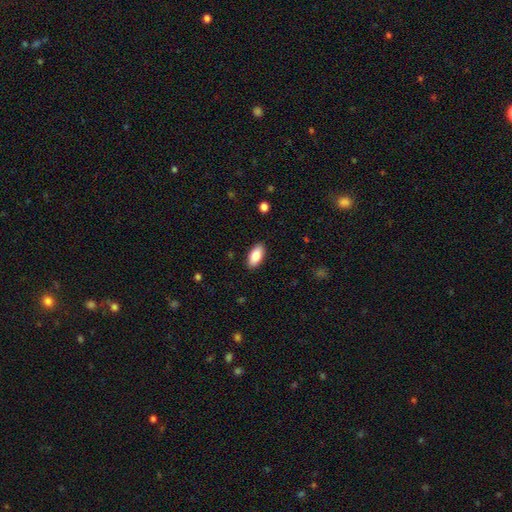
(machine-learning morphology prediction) smooth_or_featured: smooth (p=0.87) [alt: featured or disk p=0.07]
how_rounded: in between (p=0.91) [alt: cigar-shaped p=0.07]
merging: none (p=0.89) [alt: minor disturbance p=0.08]